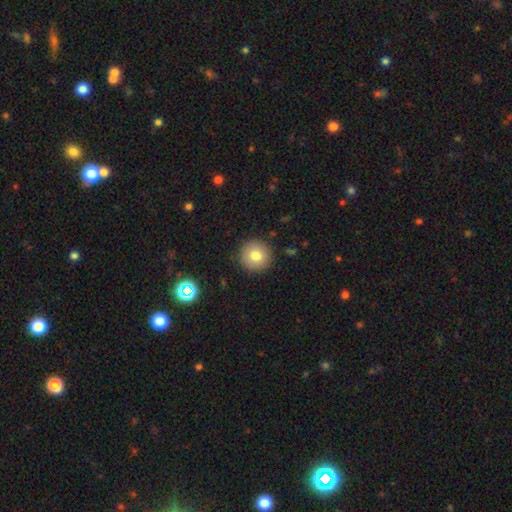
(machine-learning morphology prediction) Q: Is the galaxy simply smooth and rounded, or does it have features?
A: smooth — 79%.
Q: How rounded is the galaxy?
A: round — 96%.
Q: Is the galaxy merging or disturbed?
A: none — 91%.